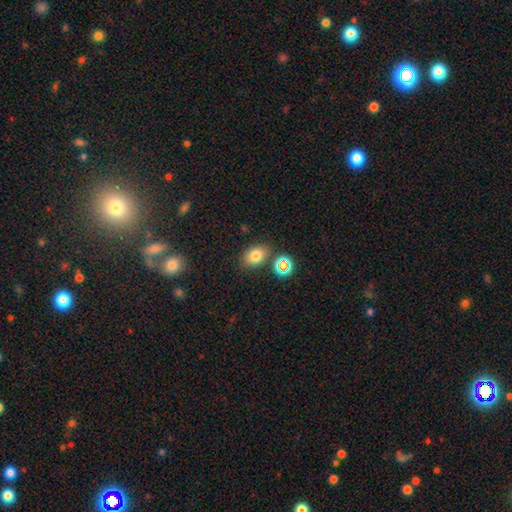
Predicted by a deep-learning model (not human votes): Morphology: type=smooth (75%); roundness=in between (73%); merging=none (78%).